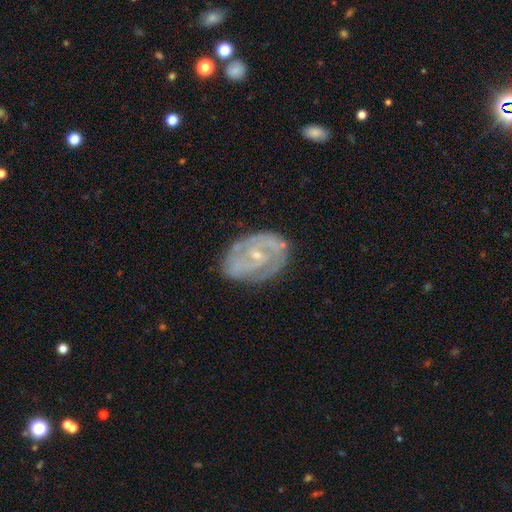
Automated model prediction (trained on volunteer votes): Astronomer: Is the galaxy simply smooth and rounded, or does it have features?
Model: featured or disk — 80%.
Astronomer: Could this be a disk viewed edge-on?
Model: no — 97%.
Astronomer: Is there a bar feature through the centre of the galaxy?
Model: no — 53% (runner-up: weak, 37%).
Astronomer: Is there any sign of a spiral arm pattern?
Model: yes — 87%.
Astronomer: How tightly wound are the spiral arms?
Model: tight — 54% (runner-up: medium, 35%).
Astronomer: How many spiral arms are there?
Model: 2 — 53%.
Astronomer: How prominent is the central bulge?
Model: small — 74%.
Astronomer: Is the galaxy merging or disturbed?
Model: none — 73%.